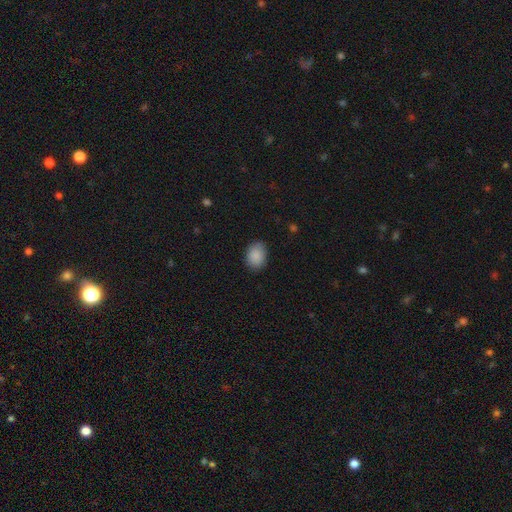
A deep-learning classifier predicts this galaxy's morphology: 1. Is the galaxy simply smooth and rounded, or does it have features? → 89% smooth, 7% star or artifact, 4% featured or disk.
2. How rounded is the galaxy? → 70% in between, 29% round, 1% cigar-shaped.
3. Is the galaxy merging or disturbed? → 82% none, 14% minor disturbance, 3% major disturbance, 1% merger.